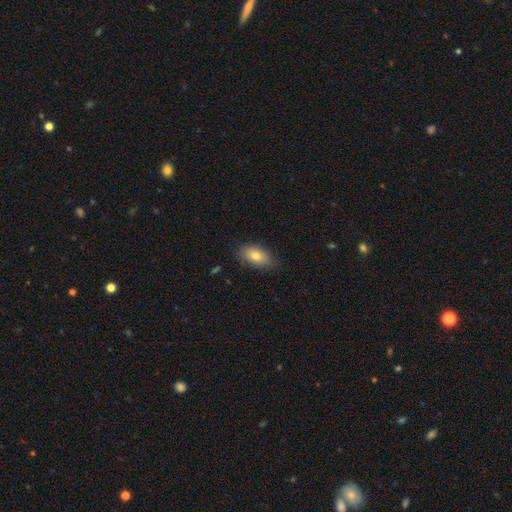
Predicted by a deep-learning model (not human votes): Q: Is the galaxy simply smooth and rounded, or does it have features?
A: smooth — 78%.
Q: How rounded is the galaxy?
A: in between — 90%.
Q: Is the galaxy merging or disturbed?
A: none — 78%.